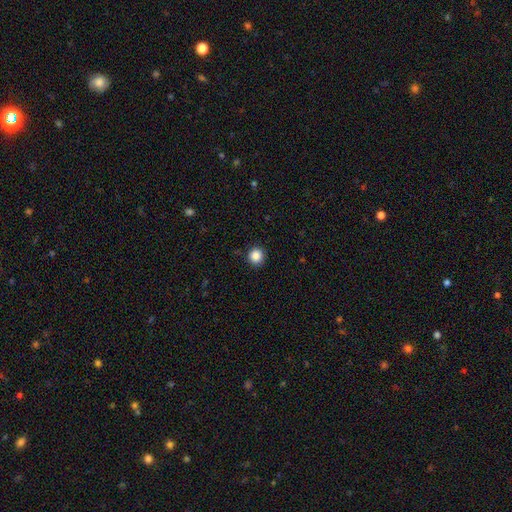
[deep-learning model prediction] Morphology: type=smooth (87%); roundness=round (94%); merging=none (92%).